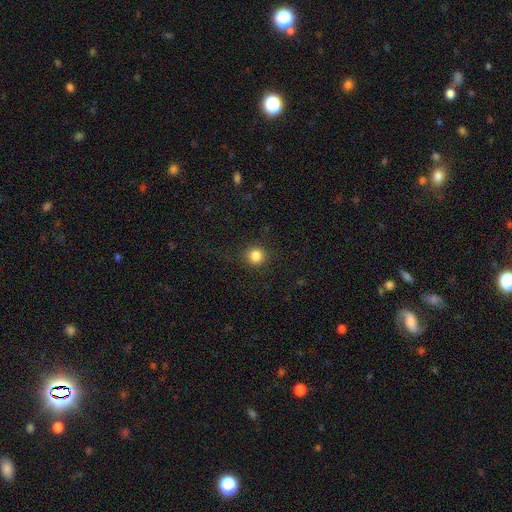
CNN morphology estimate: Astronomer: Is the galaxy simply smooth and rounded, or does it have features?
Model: smooth — 84%.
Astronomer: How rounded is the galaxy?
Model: round — 94%.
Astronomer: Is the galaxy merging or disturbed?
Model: none — 90%.